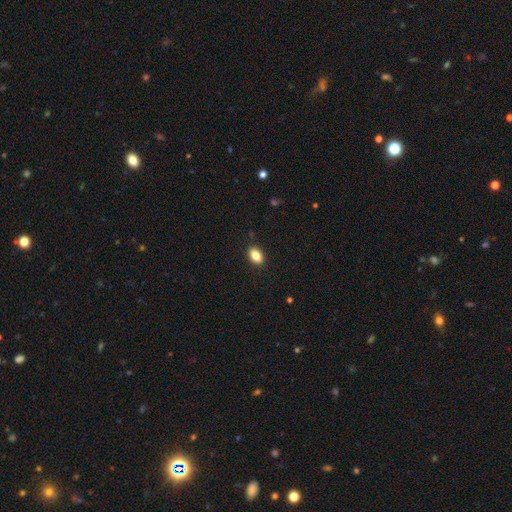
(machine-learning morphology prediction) Smooth or featured?
  - smooth: 85% *
  - star or artifact: 8%
  - featured or disk: 7%
How rounded?
  - in between: 88% *
  - round: 10%
  - cigar-shaped: 2%
Merging?
  - none: 89% *
  - minor disturbance: 8%
  - major disturbance: 2%
  - merger: 1%